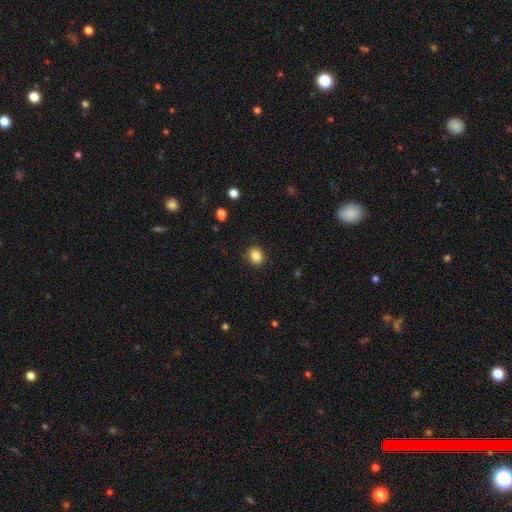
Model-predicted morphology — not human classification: This is clearly a smooth galaxy (86%). How rounded: possibly round (55%). Merging: clearly none (87%).